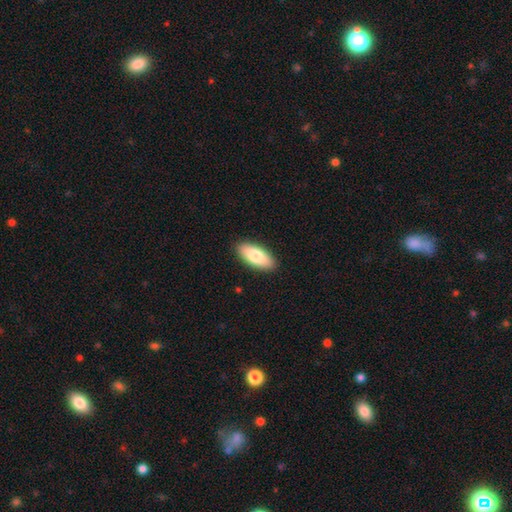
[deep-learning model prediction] Q: Smooth or featured?
A: smooth (80%); runner-up: featured or disk (15%)
Q: How rounded?
A: in between (83%); runner-up: cigar-shaped (14%)
Q: Merging?
A: none (90%); runner-up: minor disturbance (7%)